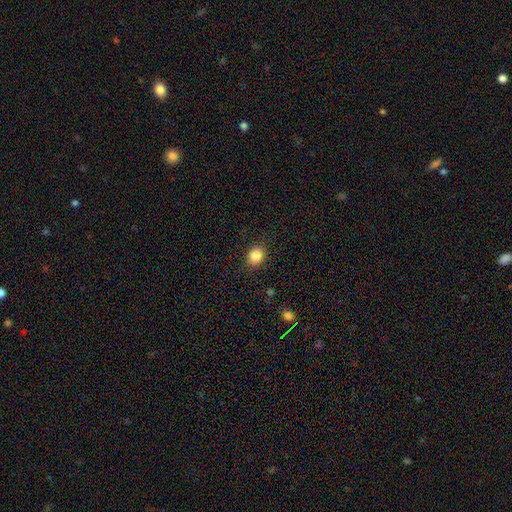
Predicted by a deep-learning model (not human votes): Smooth or featured?
  - smooth: 86% *
  - star or artifact: 10%
  - featured or disk: 5%
How rounded?
  - round: 52% *
  - in between: 47%
  - cigar-shaped: 1%
Merging?
  - none: 86% *
  - minor disturbance: 10%
  - major disturbance: 3%
  - merger: 1%